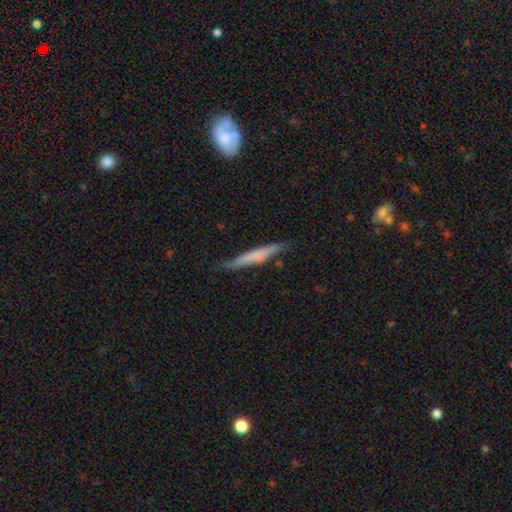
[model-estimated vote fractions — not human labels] Smooth or featured? Predicted: smooth (p=0.55). How rounded? Predicted: cigar-shaped (p=0.95). Merging? Predicted: none (p=0.81).